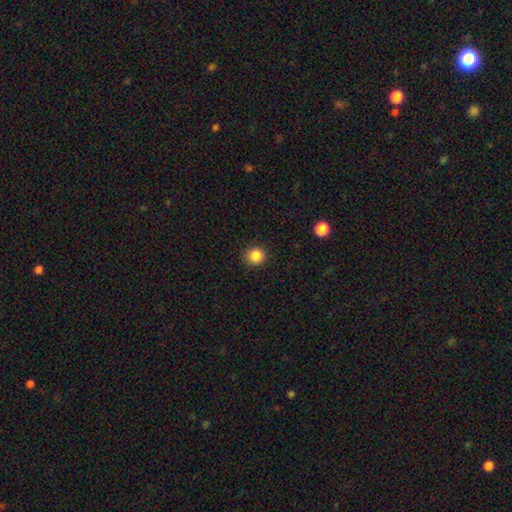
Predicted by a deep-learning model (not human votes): smooth_or_featured: smooth (p=0.86) [alt: star or artifact p=0.11]
how_rounded: round (p=0.91) [alt: in between p=0.08]
merging: none (p=0.91) [alt: minor disturbance p=0.06]